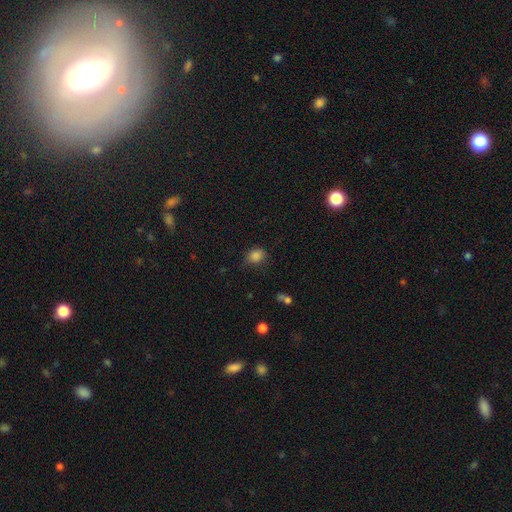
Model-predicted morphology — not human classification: type=smooth (84%); roundness=in between (52%); merging=none (68%).